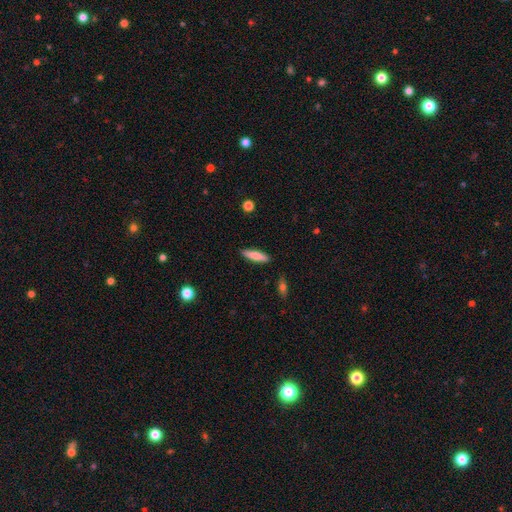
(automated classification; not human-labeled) A smooth galaxy with no disk features (78%) that is cigar-shaped (68%). Merging: none (89%).